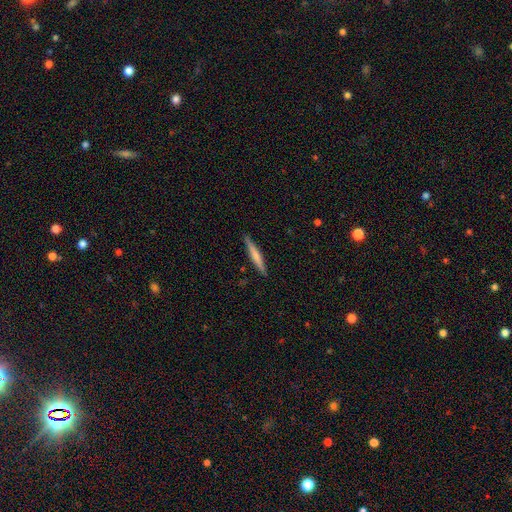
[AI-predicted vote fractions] Smooth or featured? smooth (61%)
How rounded? cigar-shaped (95%)
Merging? none (90%)